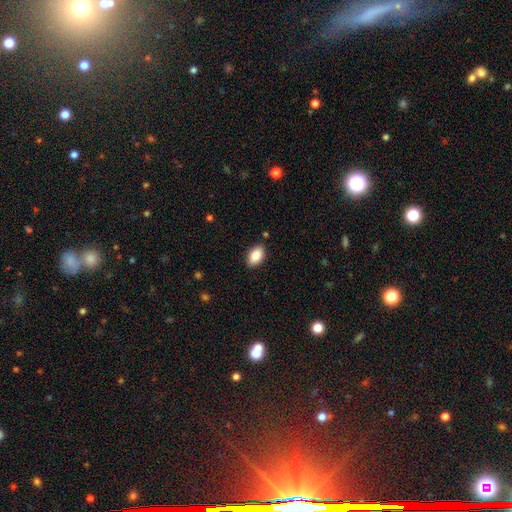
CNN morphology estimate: This is clearly a smooth galaxy (87%). How rounded: clearly in between (92%). Merging: clearly none (88%).